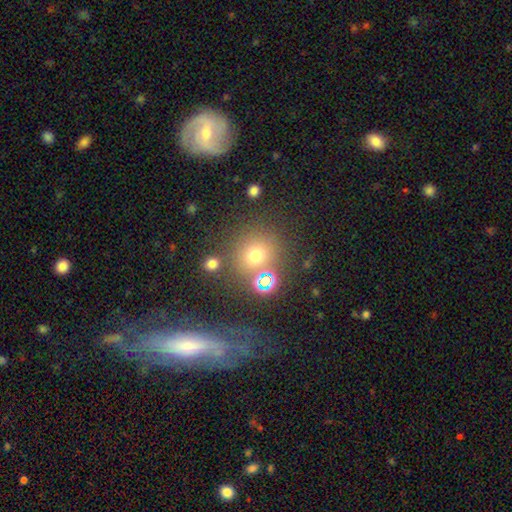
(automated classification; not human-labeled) Morphology: type=smooth (65%); roundness=round (85%); merging=none (70%).